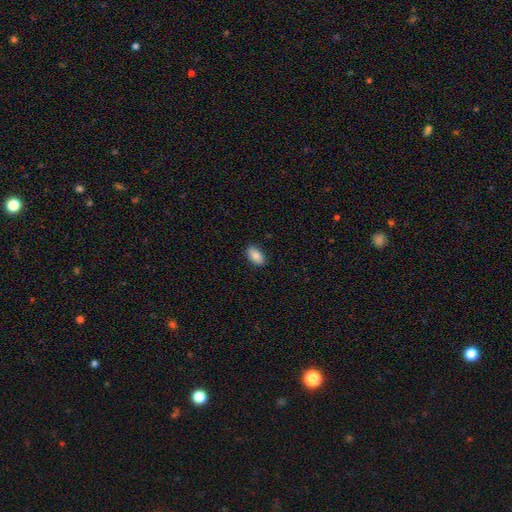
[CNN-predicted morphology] smooth_or_featured: smooth (p=0.84) [alt: featured or disk p=0.09]
how_rounded: in between (p=0.94) [alt: round p=0.04]
merging: none (p=0.89) [alt: minor disturbance p=0.08]